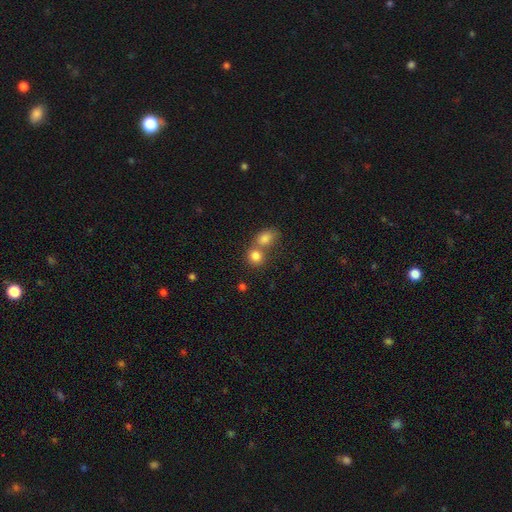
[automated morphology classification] Overall: smooth (82%). How rounded: round (73%). Merging: merger (50%; none 40%).